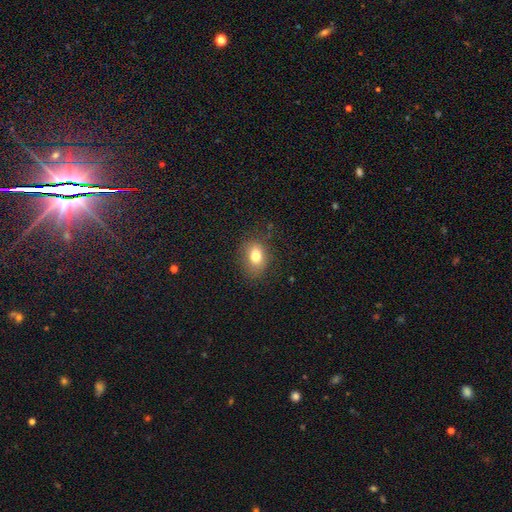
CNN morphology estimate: A smooth galaxy with no disk features (78%) that is in between round and cigar-shaped (61%). Merging: none (79%).